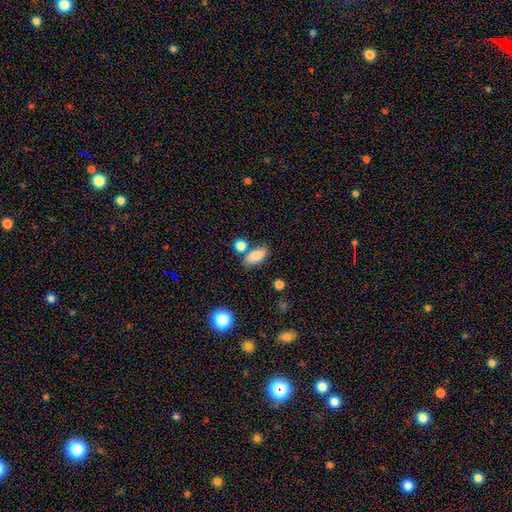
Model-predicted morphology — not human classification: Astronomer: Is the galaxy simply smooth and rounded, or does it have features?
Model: smooth — 79%.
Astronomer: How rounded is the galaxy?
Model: in between — 85%.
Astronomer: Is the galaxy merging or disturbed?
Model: none — 64%.